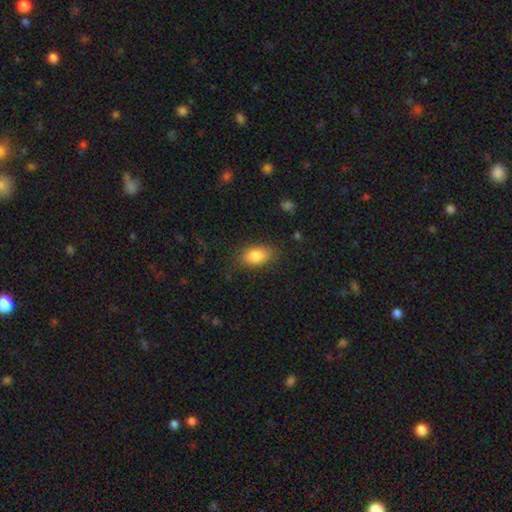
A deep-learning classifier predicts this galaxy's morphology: Q: Smooth or featured?
A: smooth (85%); runner-up: star or artifact (8%)
Q: How rounded?
A: in between (88%); runner-up: round (9%)
Q: Merging?
A: none (79%); runner-up: minor disturbance (15%)